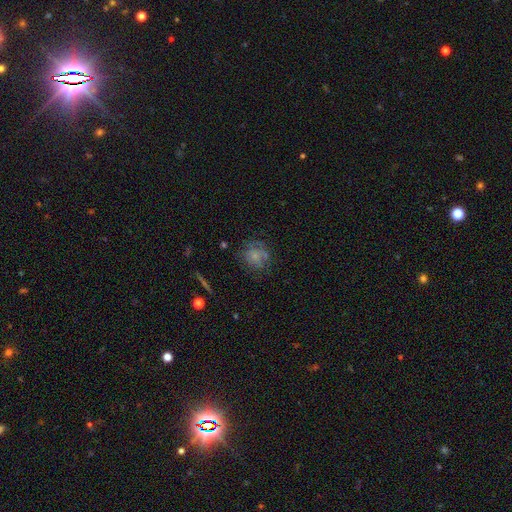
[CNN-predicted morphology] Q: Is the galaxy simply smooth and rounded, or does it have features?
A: smooth — 58%.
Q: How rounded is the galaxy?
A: round — 77%.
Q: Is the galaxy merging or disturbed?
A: none — 57%.